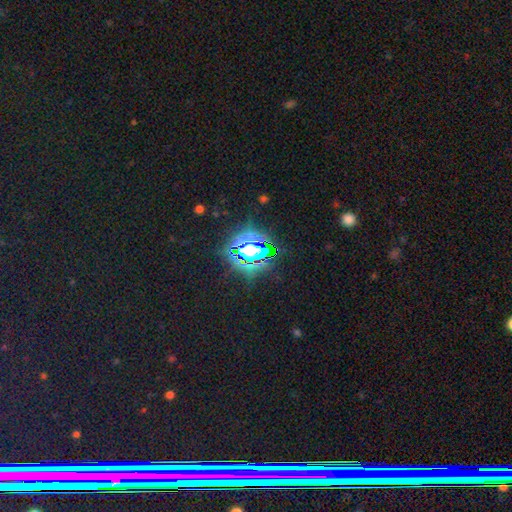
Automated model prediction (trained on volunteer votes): Smooth or featured?
  - star or artifact: 71% *
  - smooth: 19%
  - featured or disk: 10%